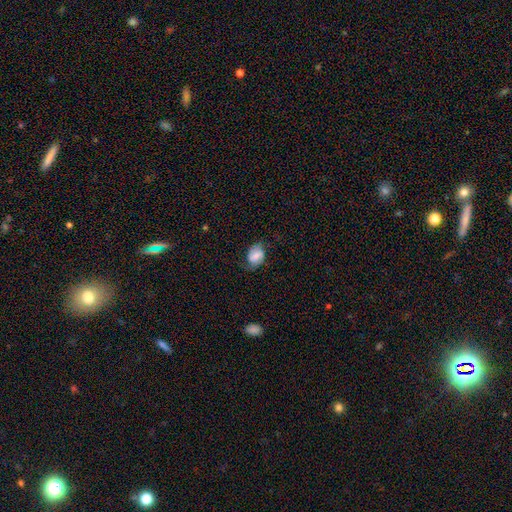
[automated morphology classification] This is possibly a smooth galaxy (57%). How rounded: likely in between (74%). Merging: possibly none (59%).